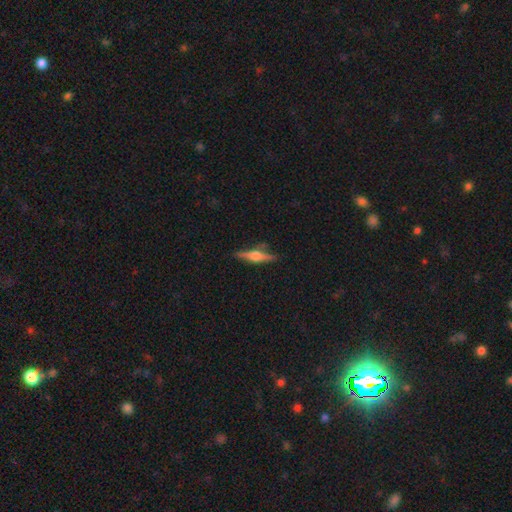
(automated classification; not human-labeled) smooth_or_featured: featured or disk (p=0.68) [alt: smooth p=0.25]
disk_edge_on: yes (p=0.97) [alt: no p=0.03]
edge_on_bulge: rounded (p=0.87) [alt: boxy p=0.10]
merging: none (p=0.81) [alt: minor disturbance p=0.13]